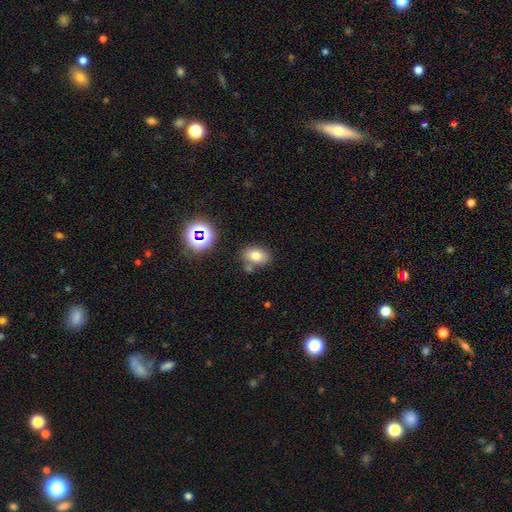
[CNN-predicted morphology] This is likely a smooth galaxy (75%). How rounded: likely in between (79%). Merging: likely none (69%).